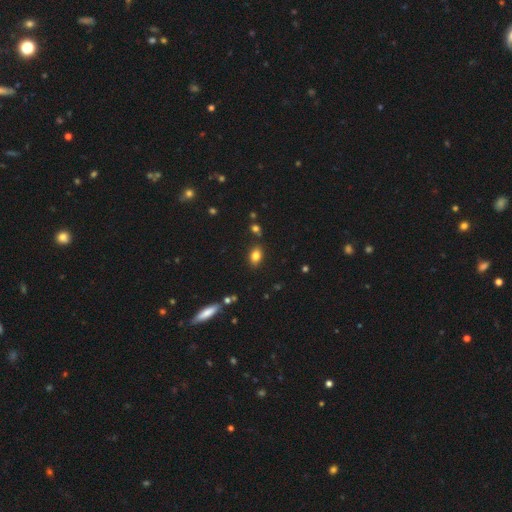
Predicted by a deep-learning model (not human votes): Smooth or featured: smooth — 81% (star or artifact — 11%)
How rounded: in between — 80% (round — 18%)
Merging: none — 81% (minor disturbance — 11%)